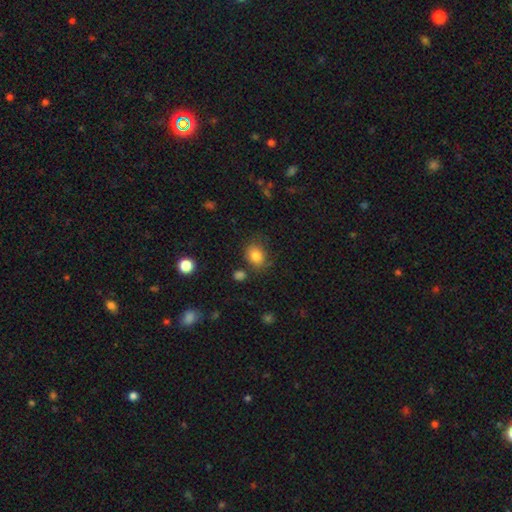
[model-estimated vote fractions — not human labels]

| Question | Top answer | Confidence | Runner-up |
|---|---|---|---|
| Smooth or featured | smooth | 82% | star or artifact (10%) |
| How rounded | round | 50% | in between (49%) |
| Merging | none | 73% | minor disturbance (17%) |